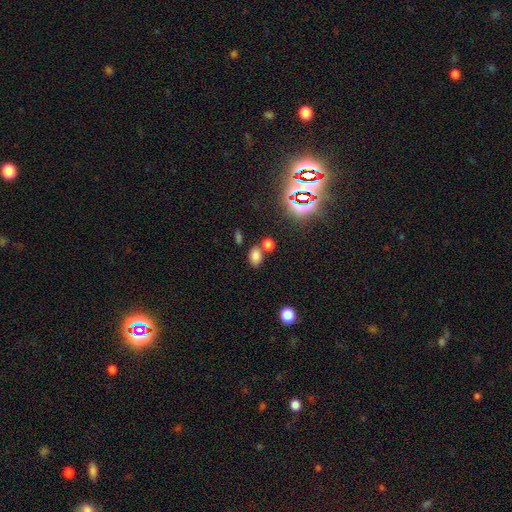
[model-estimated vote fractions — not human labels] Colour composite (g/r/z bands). It shows a smooth galaxy with no disk features (75%) that is in between round and cigar-shaped (82%). Merging: none (63%).